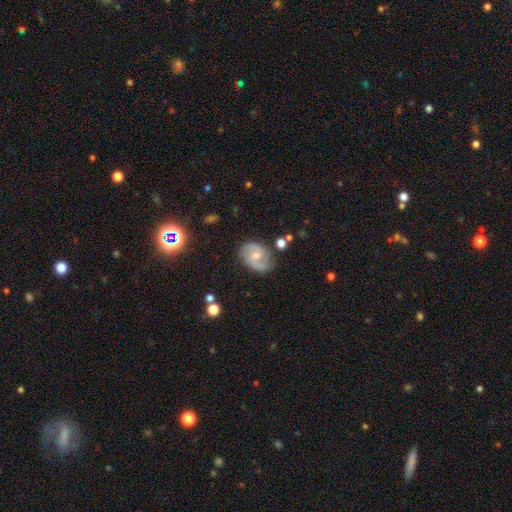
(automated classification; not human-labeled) Smooth or featured: featured or disk — 77% (smooth — 17%)
Edge-on disk: no — 98% (yes — 2%)
Bar: no — 52% (weak — 41%)
Spiral arms: yes — 94% (no — 6%)
Spiral winding: medium — 51% (tight — 25%)
Spiral arm count: 2 — 87% (can't tell — 6%)
Bulge size: small — 55% (moderate — 39%)
Merging: none — 75% (minor disturbance — 18%)